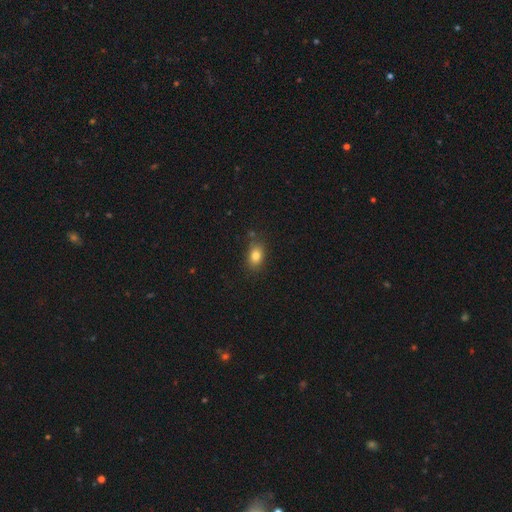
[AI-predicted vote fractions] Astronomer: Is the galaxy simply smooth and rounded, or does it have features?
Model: smooth — 82%.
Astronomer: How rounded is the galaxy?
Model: in between — 77%.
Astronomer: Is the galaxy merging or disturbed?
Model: none — 79%.